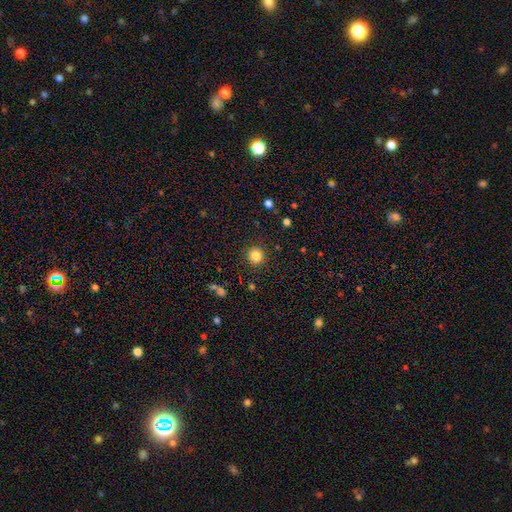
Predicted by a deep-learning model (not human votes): This appears to be a smooth galaxy with no disk features (84%) that is round (87%). Merging: none (90%).